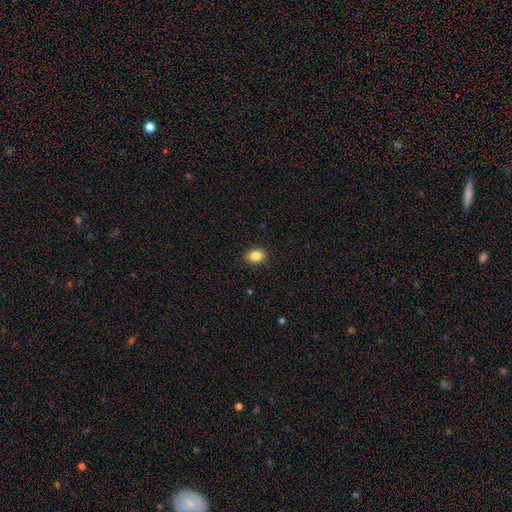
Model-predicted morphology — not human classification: type=smooth (86%); roundness=in between (73%); merging=none (89%).